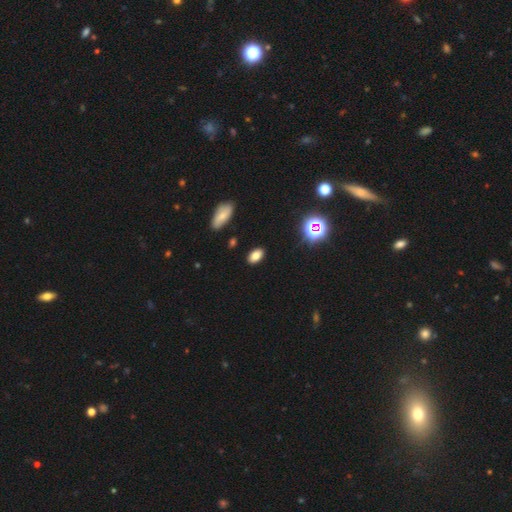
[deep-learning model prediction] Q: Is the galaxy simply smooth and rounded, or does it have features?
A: smooth — 79%.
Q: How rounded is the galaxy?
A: in between — 90%.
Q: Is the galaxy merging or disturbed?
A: none — 89%.